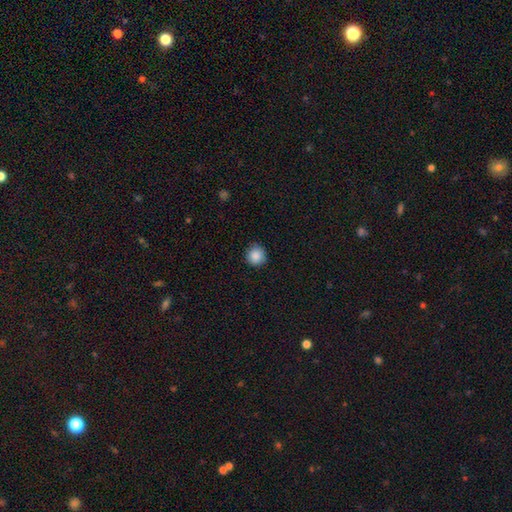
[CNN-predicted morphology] This appears to be a smooth galaxy with no disk features (88%) that is round (93%). Merging: none (89%).